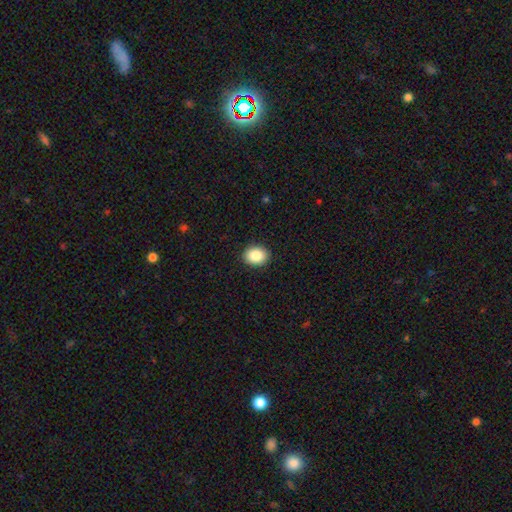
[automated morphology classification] smooth-or-featured: smooth: 87% | star or artifact: 8% | featured or disk: 5%
  how-rounded: in between: 52% | round: 47% | cigar-shaped: 1%
  merging: none: 91% | minor disturbance: 6% | major disturbance: 2% | merger: 1%